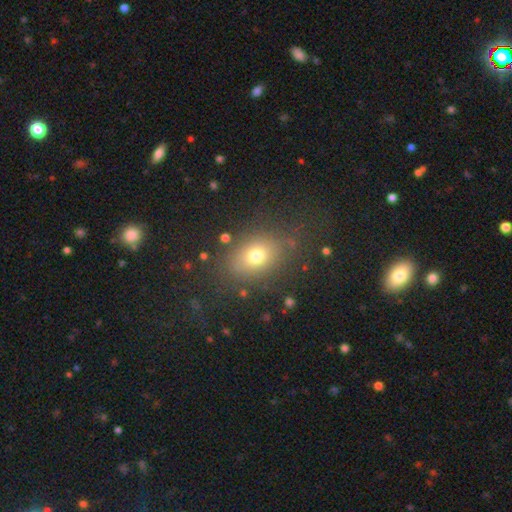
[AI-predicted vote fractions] Morphology: type=smooth (73%); roundness=in between (67%); merging=none (79%).